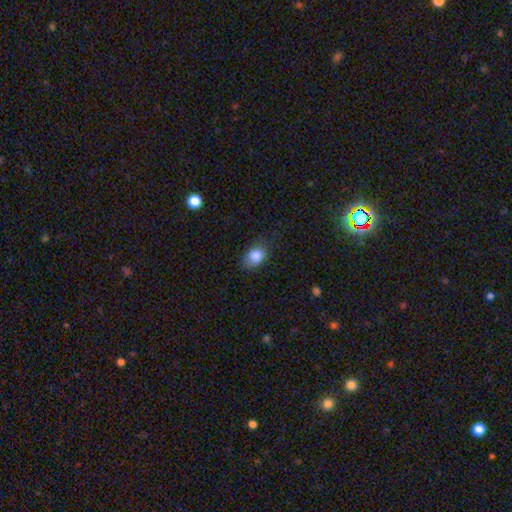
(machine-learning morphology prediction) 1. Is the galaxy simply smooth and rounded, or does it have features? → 86% smooth, 9% star or artifact, 6% featured or disk.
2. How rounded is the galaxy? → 76% in between, 23% round, 1% cigar-shaped.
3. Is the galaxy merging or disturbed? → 70% none, 23% minor disturbance, 7% major disturbance, 1% merger.